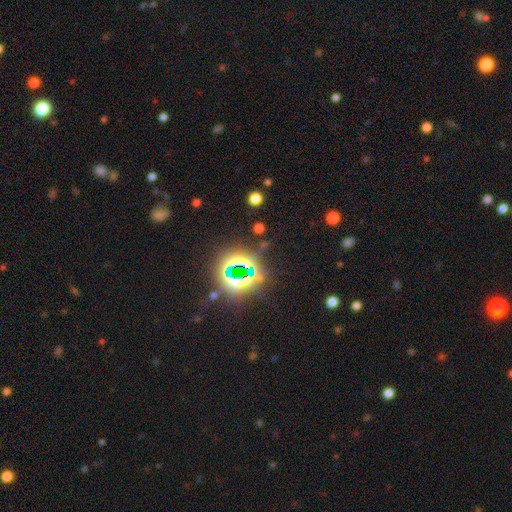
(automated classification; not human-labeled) Smooth or featured: star or artifact — 80% (smooth — 12%)